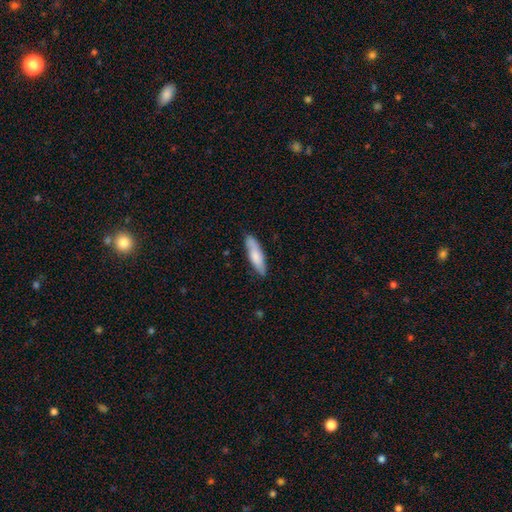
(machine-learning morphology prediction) type=smooth (75%); roundness=cigar-shaped (61%); merging=none (81%).